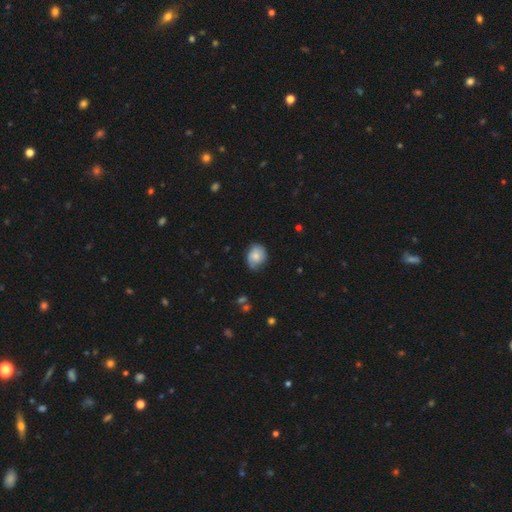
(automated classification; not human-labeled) The model was most divided on "how rounded": round: 52%, in between: 47%, cigar-shaped: 1%. More confident: merging — none (69%); smooth or featured — smooth (66%).